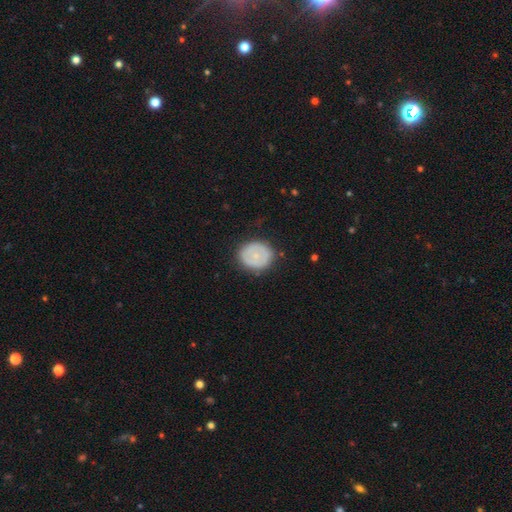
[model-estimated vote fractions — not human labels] Overall: smooth (60%; featured or disk 33%). How rounded: round (76%). Merging: none (82%).